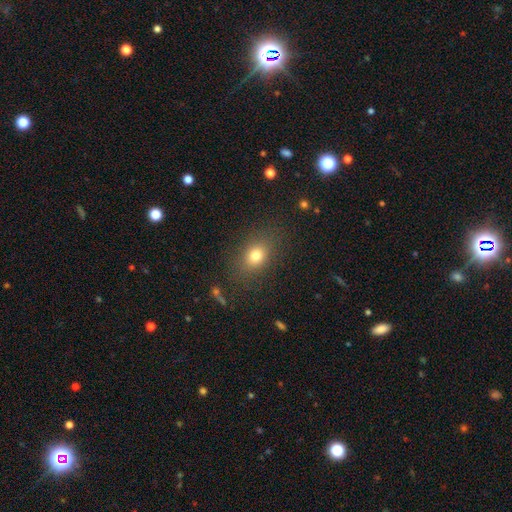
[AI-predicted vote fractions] This is likely a smooth galaxy (76%). How rounded: possibly in between (56%). Merging: clearly none (82%).